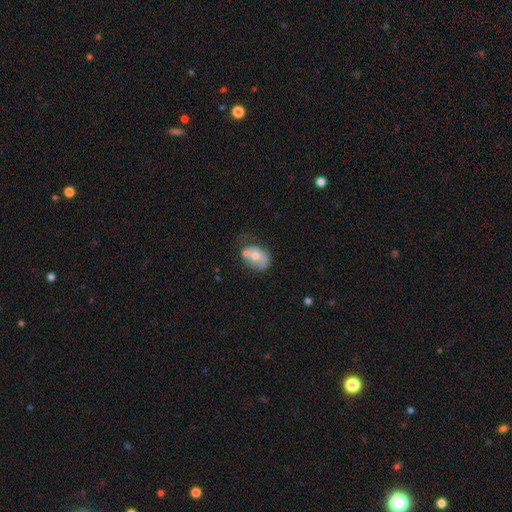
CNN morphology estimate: smooth_or_featured: smooth (p=0.51) [alt: featured or disk p=0.41]
how_rounded: in between (p=0.67) [alt: round p=0.32]
merging: none (p=0.31) [alt: minor disturbance p=0.27]